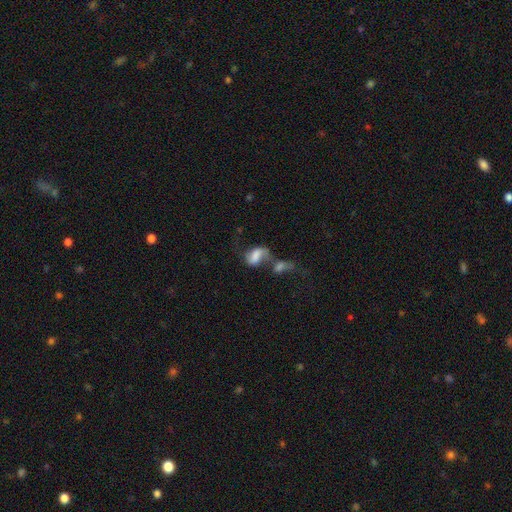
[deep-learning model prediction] smooth_or_featured: smooth (p=0.46) [alt: featured or disk p=0.42]
merging: merger (p=0.57) [alt: none p=0.17]